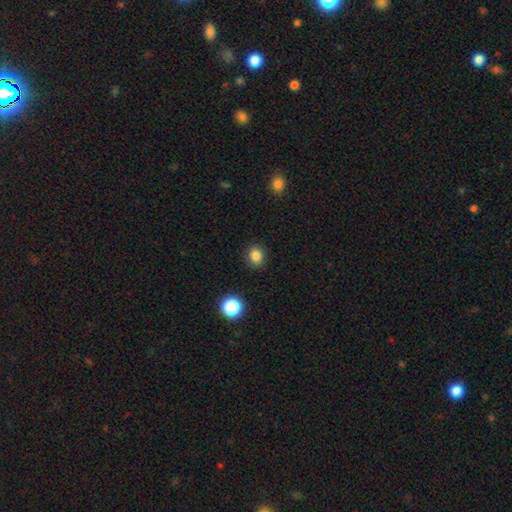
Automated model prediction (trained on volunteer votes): This is clearly a smooth galaxy (84%). How rounded: likely round (69%). Merging: clearly none (89%).